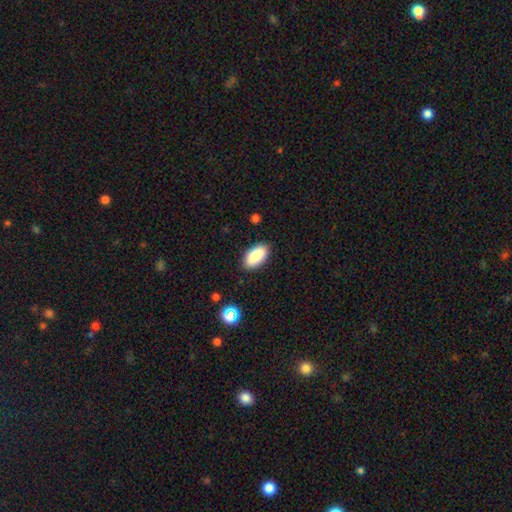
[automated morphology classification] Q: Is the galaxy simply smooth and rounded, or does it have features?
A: smooth — 87%.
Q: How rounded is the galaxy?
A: in between — 95%.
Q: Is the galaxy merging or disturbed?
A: none — 87%.